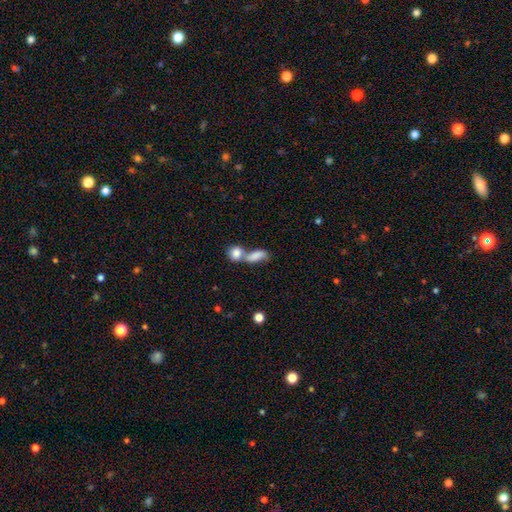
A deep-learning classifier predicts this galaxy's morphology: smooth-or-featured: smooth: 79% | featured or disk: 13% | star or artifact: 8%
  how-rounded: in between: 72% | cigar-shaped: 14% | round: 14%
  merging: merger: 62% | none: 24% | minor disturbance: 8% | major disturbance: 6%